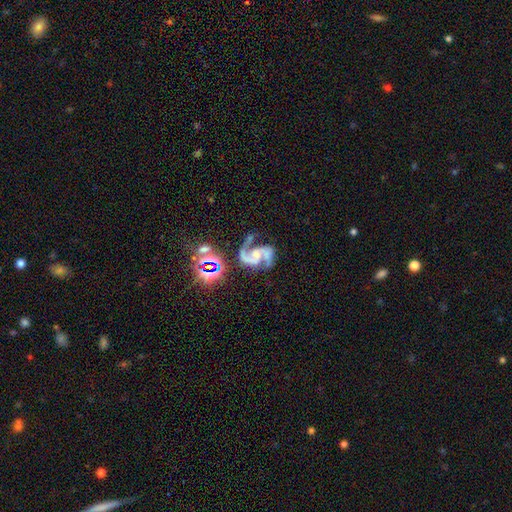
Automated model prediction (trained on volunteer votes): The model was most divided on "bulge size": small: 51%, moderate: 33%, none: 12%, large: 3%, dominant: 1%. More confident: edge-on disk — no (98%); spiral arms — yes (98%); spiral arm count — 2 (92%); smooth or featured — featured or disk (90%); spiral winding — medium (60%); merging — none (60%); bar — no (54%).